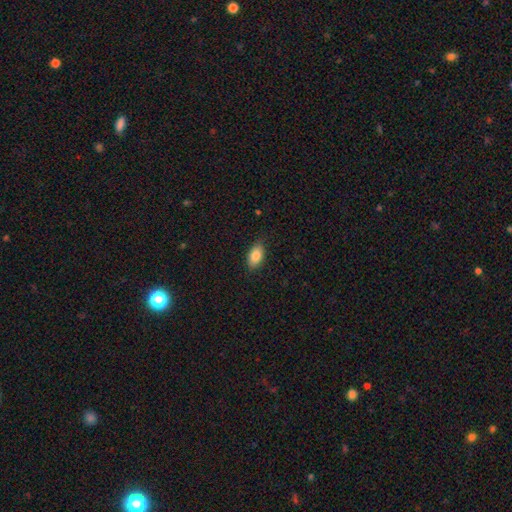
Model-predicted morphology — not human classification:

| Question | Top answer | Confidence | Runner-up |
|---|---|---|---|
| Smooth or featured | smooth | 84% | featured or disk (9%) |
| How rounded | in between | 91% | round (5%) |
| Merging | none | 85% | minor disturbance (12%) |